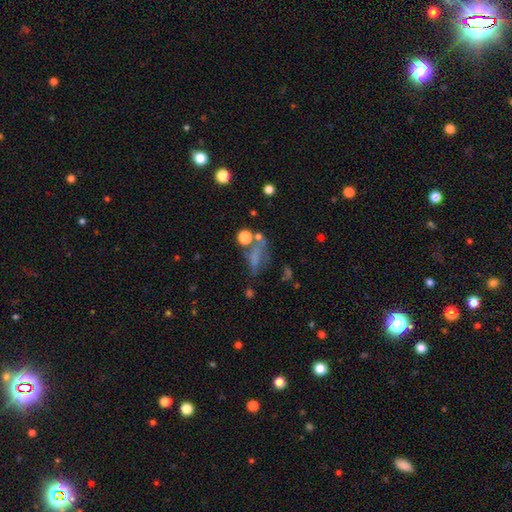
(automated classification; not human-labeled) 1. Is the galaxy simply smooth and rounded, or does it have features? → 49% smooth, 27% featured or disk, 24% star or artifact.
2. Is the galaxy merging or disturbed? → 40% none, 24% major disturbance, 21% minor disturbance, 15% merger.